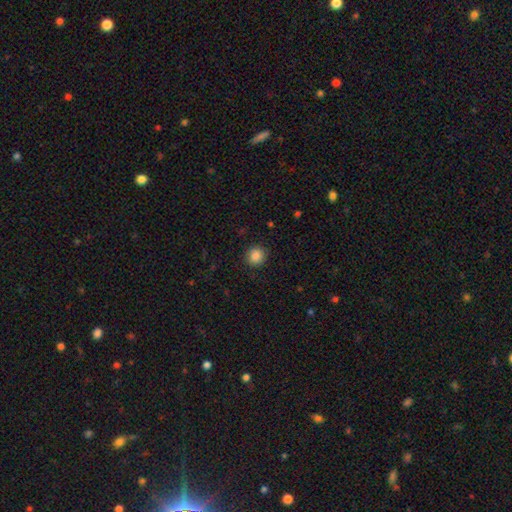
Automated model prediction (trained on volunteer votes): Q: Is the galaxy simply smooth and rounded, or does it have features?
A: smooth — 87%.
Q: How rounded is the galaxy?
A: round — 89%.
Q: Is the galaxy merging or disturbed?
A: none — 90%.